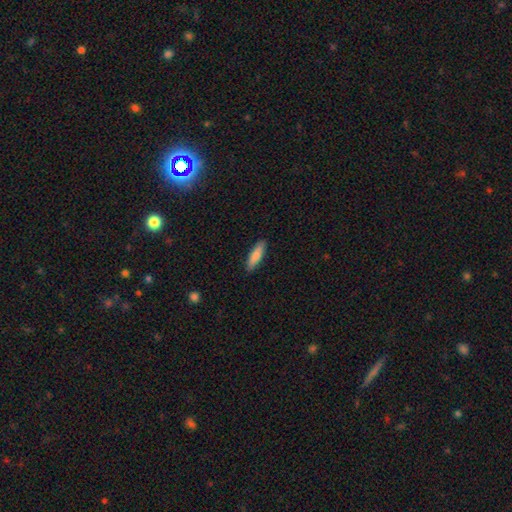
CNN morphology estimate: Q: Smooth or featured?
A: smooth (85%); runner-up: featured or disk (9%)
Q: How rounded?
A: cigar-shaped (63%); runner-up: in between (36%)
Q: Merging?
A: none (88%); runner-up: minor disturbance (9%)